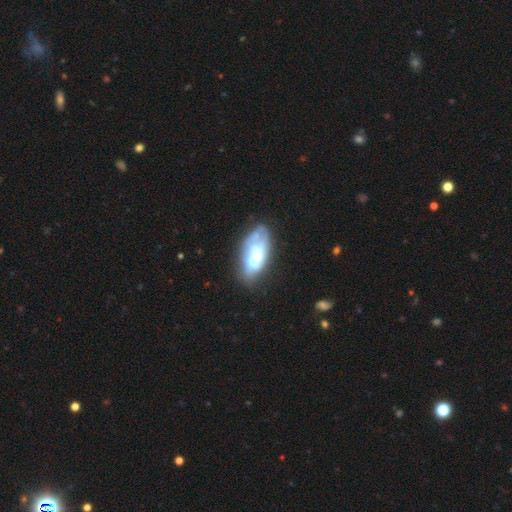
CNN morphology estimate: featured or disk 63%, smooth 31%, star or artifact 7%. Down the decision tree: edge-on disk — no (94%); bar — no (68%); spiral arms — yes (59%); bulge size — moderate (42%); merging — none (49%).